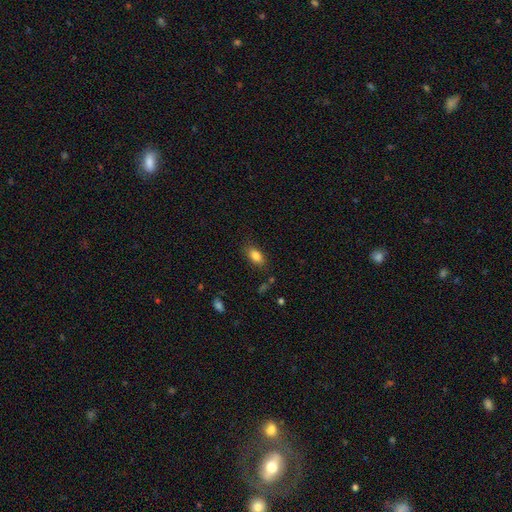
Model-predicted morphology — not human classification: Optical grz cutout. It shows a smooth galaxy with no disk features (83%) that is in between round and cigar-shaped (88%). Merging: none (81%).